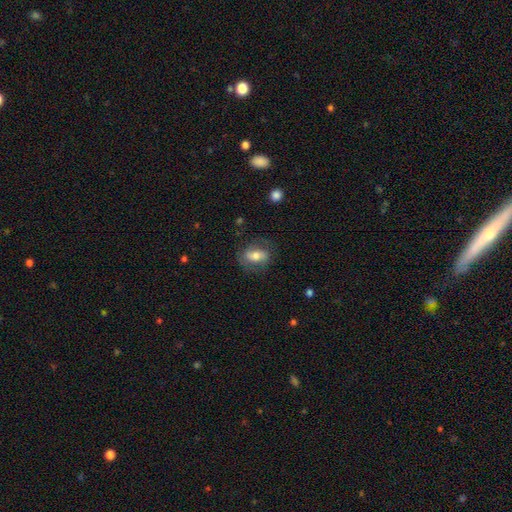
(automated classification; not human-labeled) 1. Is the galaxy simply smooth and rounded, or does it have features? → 56% smooth, 37% featured or disk, 7% star or artifact.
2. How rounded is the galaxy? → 76% in between, 21% round, 3% cigar-shaped.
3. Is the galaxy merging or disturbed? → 71% none, 18% minor disturbance, 10% major disturbance, 1% merger.